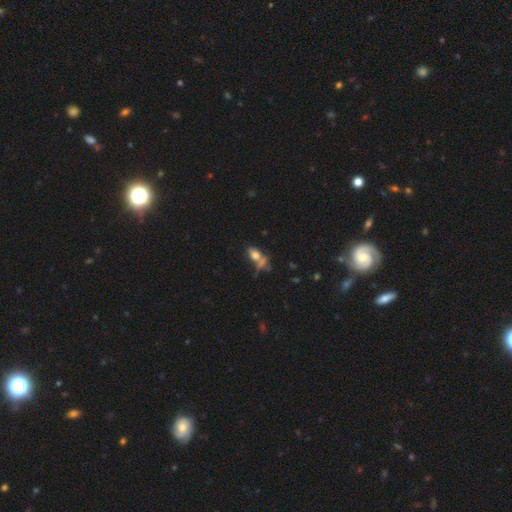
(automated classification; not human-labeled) Smooth or featured? Predicted: smooth (p=0.69). How rounded? Predicted: in between (p=0.81). Merging? Predicted: merger (p=0.36, tied with none).